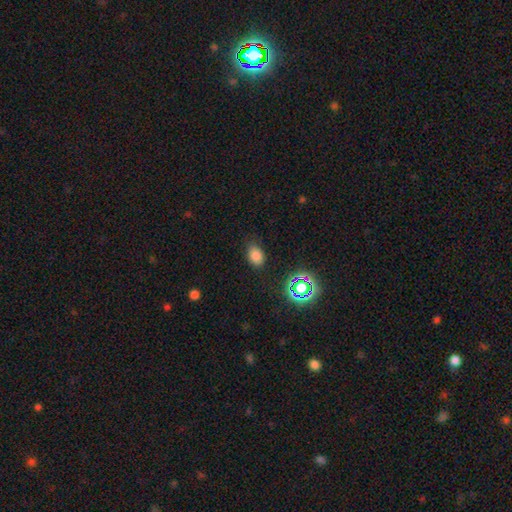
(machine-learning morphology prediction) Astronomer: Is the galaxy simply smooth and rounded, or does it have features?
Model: smooth — 78%.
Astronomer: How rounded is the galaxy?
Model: in between — 78%.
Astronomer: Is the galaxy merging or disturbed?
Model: none — 77%.